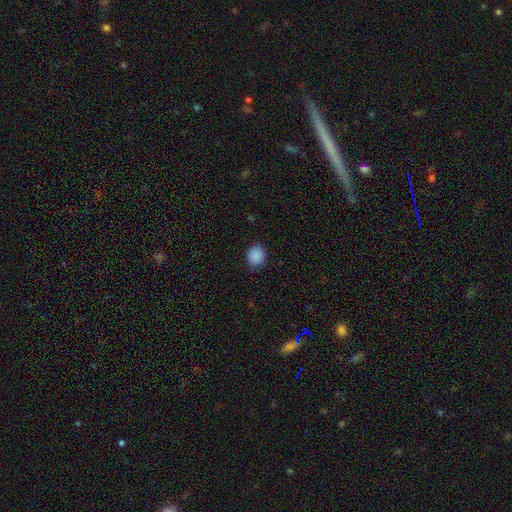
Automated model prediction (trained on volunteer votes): A smooth galaxy with no disk features (88%) that is round (78%).

Vote fractions:
- Smooth or featured? smooth: 88% / star or artifact: 9% / featured or disk: 3%
- How rounded? round: 78% / in between: 21% / cigar-shaped: 1%
- Merging? none: 83% / minor disturbance: 13% / major disturbance: 3% / merger: 1%